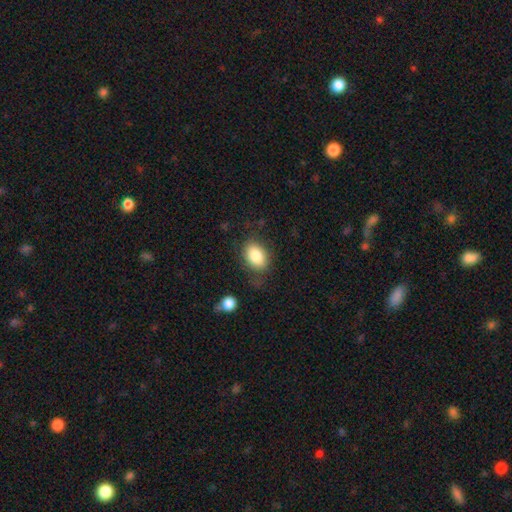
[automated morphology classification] Smooth or featured? smooth (84%)
How rounded? in between (82%)
Merging? none (74%)